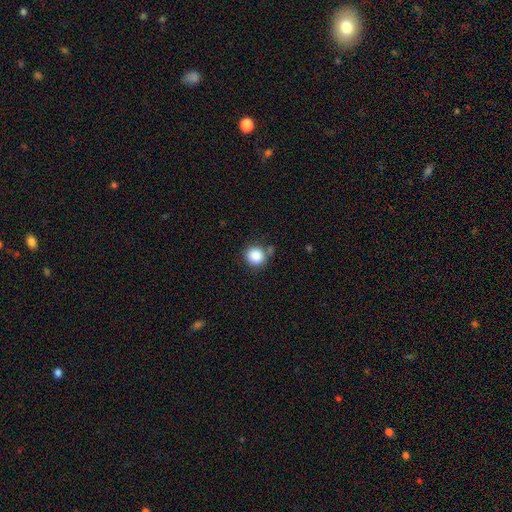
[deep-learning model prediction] smooth 87%, star or artifact 10%, featured or disk 4%. Down the decision tree: how rounded — round (89%); merging — none (76%).